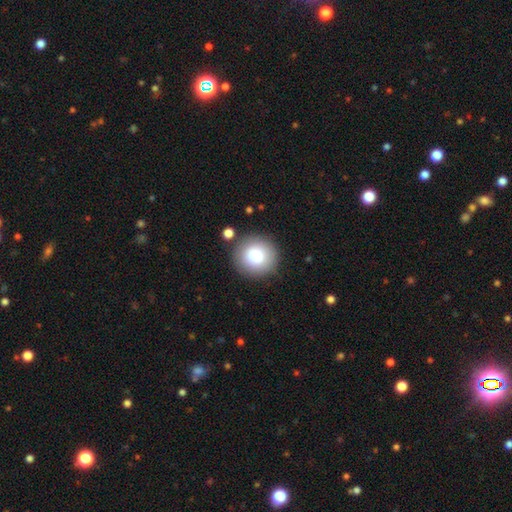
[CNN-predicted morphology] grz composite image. It shows a smooth galaxy with no disk features (80%) that is round (94%). Merging: none (86%).